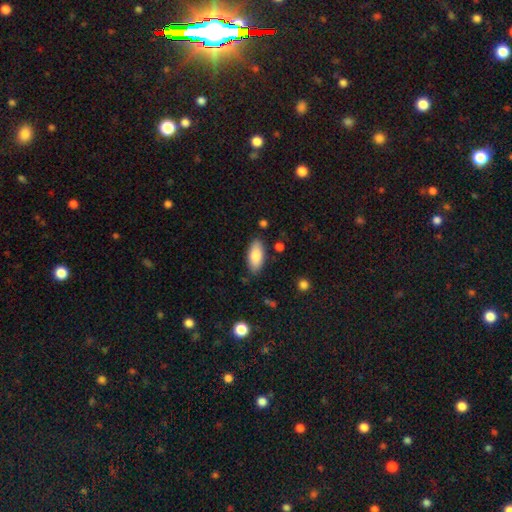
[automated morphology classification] Smooth or featured? Predicted: smooth (p=0.85). How rounded? Predicted: in between (p=0.87). Merging? Predicted: none (p=0.85).